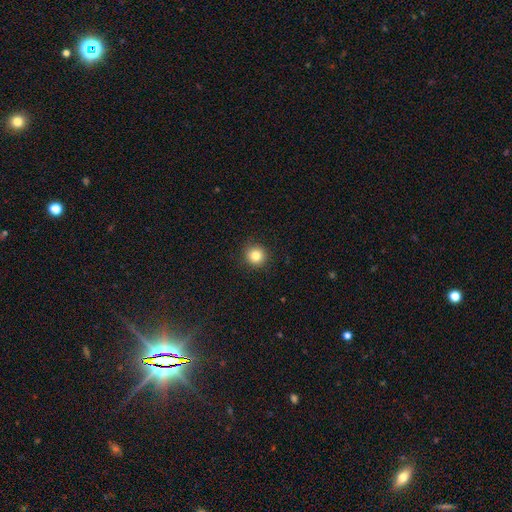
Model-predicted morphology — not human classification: This is clearly a smooth galaxy (83%). How rounded: clearly round (93%). Merging: clearly none (91%).